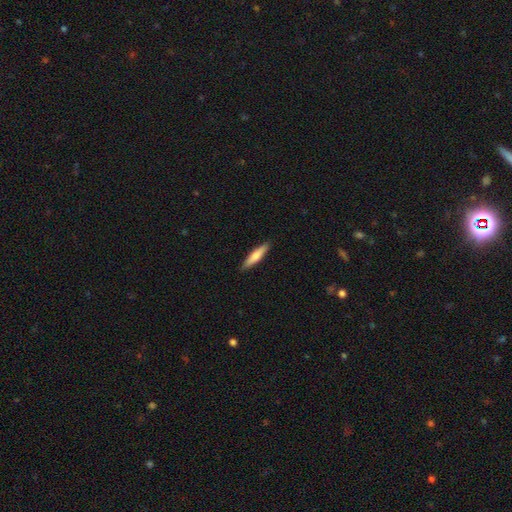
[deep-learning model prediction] smooth 69%, featured or disk 26%, star or artifact 5%. Down the decision tree: how rounded — cigar-shaped (84%); merging — none (90%).